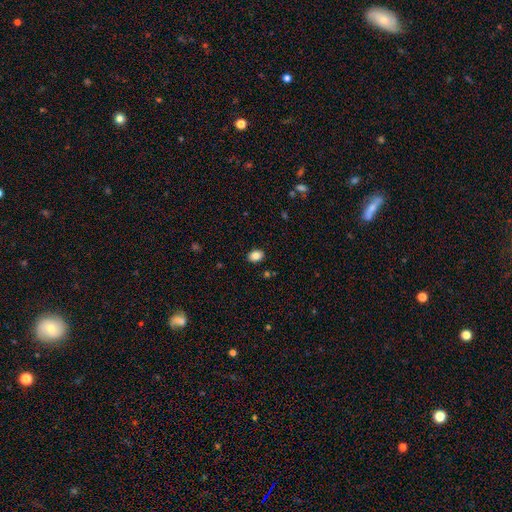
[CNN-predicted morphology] This is clearly a smooth galaxy (85%). How rounded: likely in between (71%). Merging: clearly none (89%).